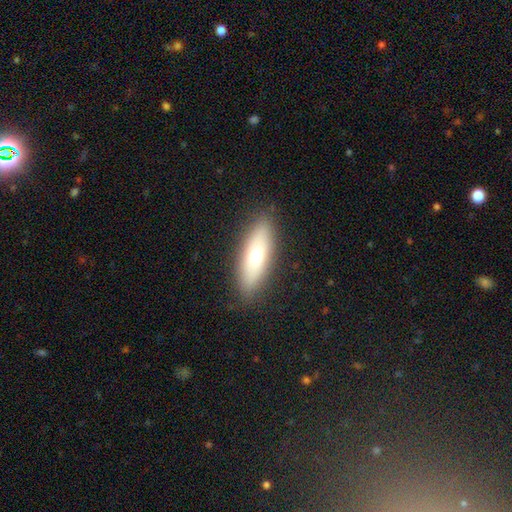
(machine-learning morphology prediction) Q: Smooth or featured?
A: smooth (62%); runner-up: featured or disk (30%)
Q: How rounded?
A: in between (54%); runner-up: cigar-shaped (44%)
Q: Merging?
A: none (88%); runner-up: minor disturbance (9%)